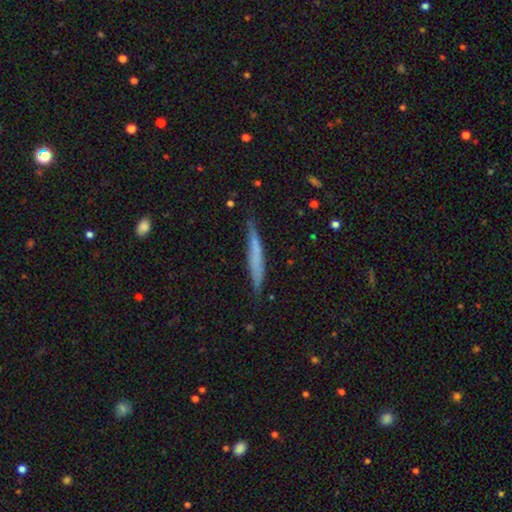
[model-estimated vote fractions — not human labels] smooth-or-featured: smooth: 55% | featured or disk: 38% | star or artifact: 7%
  how-rounded: cigar-shaped: 96% | in between: 3% | round: 1%
  merging: none: 81% | minor disturbance: 15% | major disturbance: 3% | merger: 2%